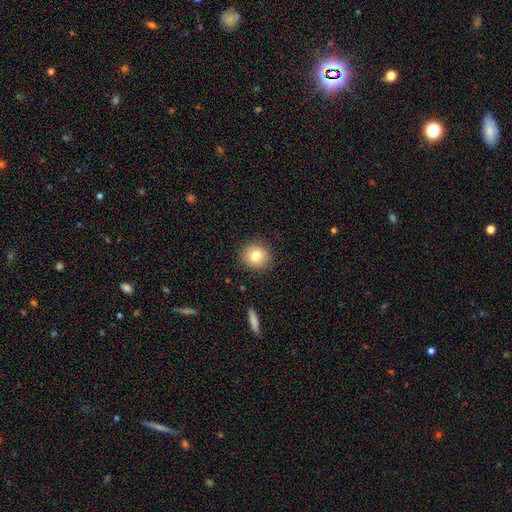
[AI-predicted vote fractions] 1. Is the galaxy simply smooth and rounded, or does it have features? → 80% smooth, 11% featured or disk, 10% star or artifact.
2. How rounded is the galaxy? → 89% round, 10% in between, 1% cigar-shaped.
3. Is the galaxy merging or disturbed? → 89% none, 7% minor disturbance, 2% major disturbance, 1% merger.